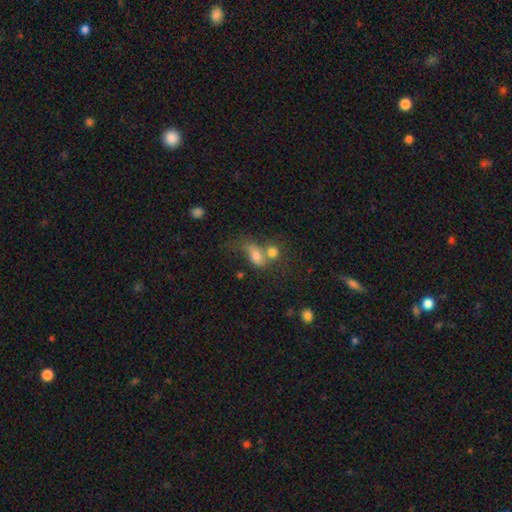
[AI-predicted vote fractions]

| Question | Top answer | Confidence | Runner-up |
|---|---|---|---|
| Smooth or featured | smooth | 69% | featured or disk (21%) |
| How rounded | in between | 69% | round (26%) |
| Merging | merger | 61% | none (17%) |